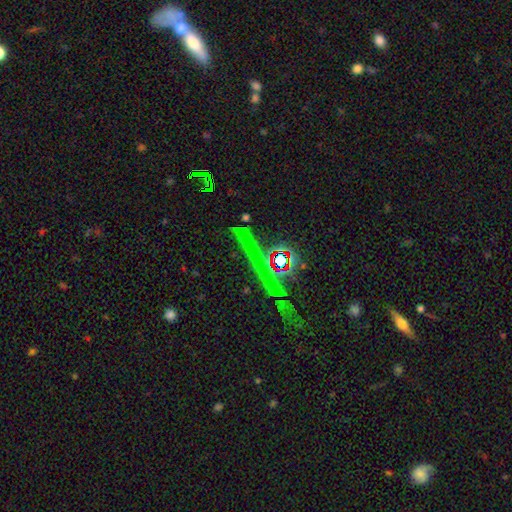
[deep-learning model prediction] star or artifact 45%, featured or disk 37%, smooth 18%.